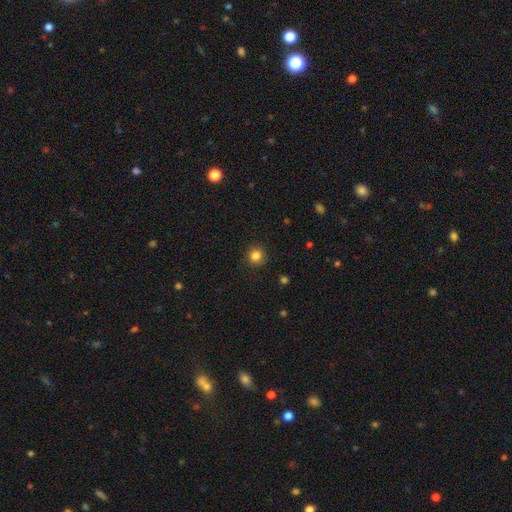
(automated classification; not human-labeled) Smooth or featured: smooth — 84% (star or artifact — 12%)
How rounded: round — 93% (in between — 6%)
Merging: none — 91% (minor disturbance — 6%)